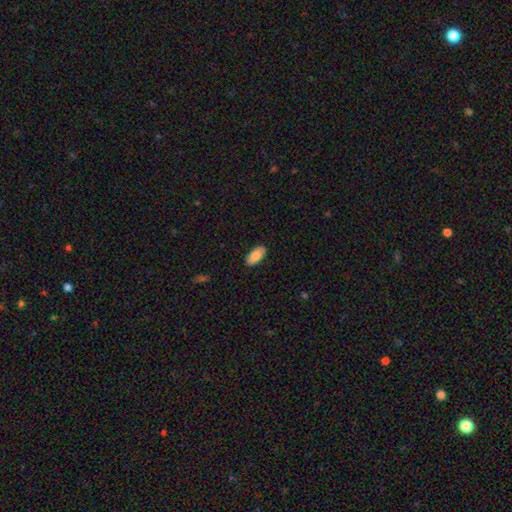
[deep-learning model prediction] smooth-or-featured: smooth: 84% | featured or disk: 10% | star or artifact: 6%
  how-rounded: in between: 92% | cigar-shaped: 6% | round: 2%
  merging: none: 88% | minor disturbance: 9% | major disturbance: 2% | merger: 1%